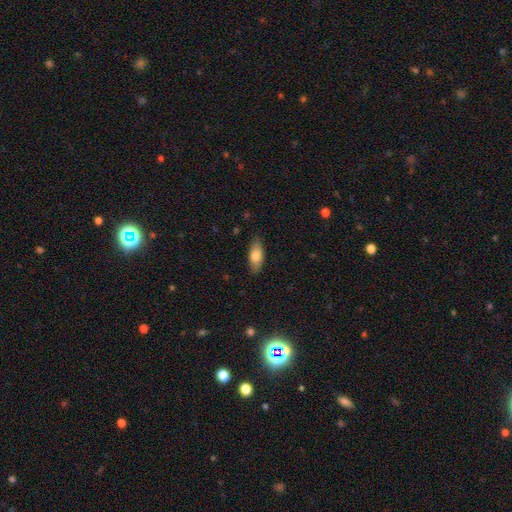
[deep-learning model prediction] This appears to be a smooth galaxy with no disk features (76%) that is in between round and cigar-shaped (80%). Merging: none (85%).